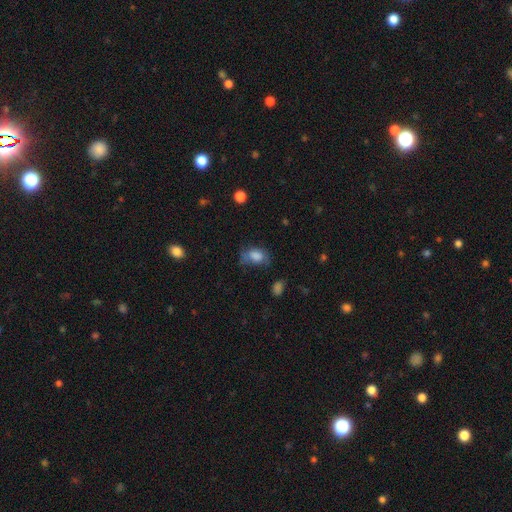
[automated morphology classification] type=smooth (74%); roundness=in between (80%); merging=none (43%).